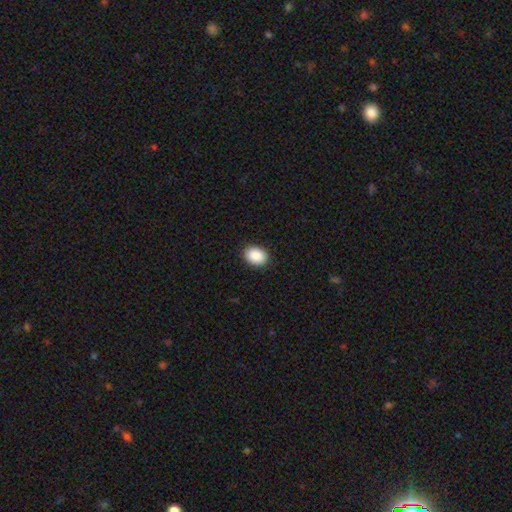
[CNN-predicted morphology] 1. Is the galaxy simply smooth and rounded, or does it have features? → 90% smooth, 7% star or artifact, 3% featured or disk.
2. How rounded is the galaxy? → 72% in between, 27% round, 1% cigar-shaped.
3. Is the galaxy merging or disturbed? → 91% none, 7% minor disturbance, 2% major disturbance, 1% merger.